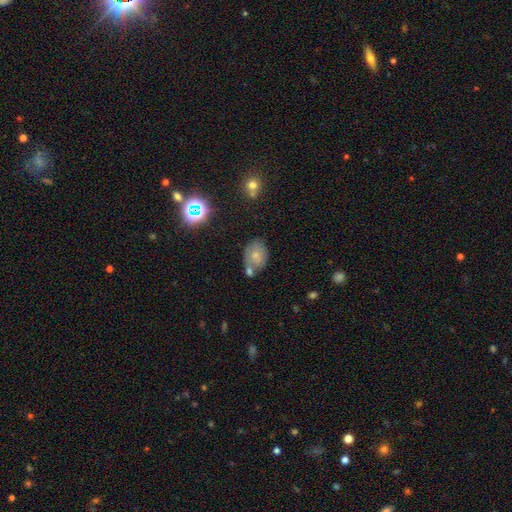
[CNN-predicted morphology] This is likely a smooth galaxy (67%). How rounded: likely in between (70%). Merging: possibly none (51%).